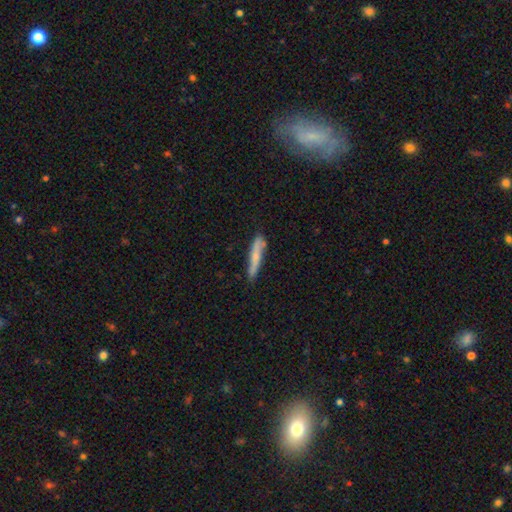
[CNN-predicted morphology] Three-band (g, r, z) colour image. It shows a smooth galaxy with no disk features (63%) that is cigar-shaped (91%). Merging: none (75%).